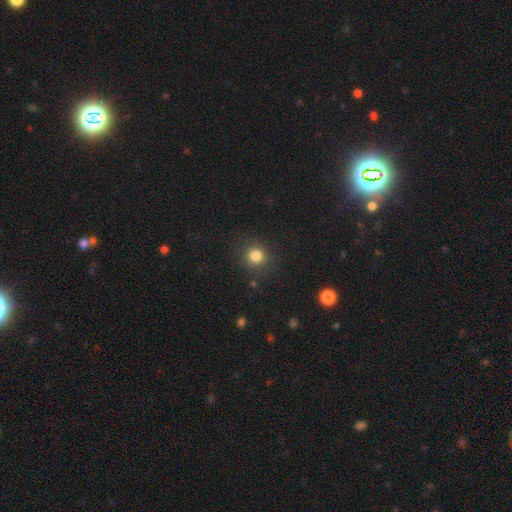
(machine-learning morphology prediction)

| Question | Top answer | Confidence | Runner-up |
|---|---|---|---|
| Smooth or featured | smooth | 82% | star or artifact (13%) |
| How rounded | round | 89% | in between (10%) |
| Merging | none | 87% | minor disturbance (8%) |